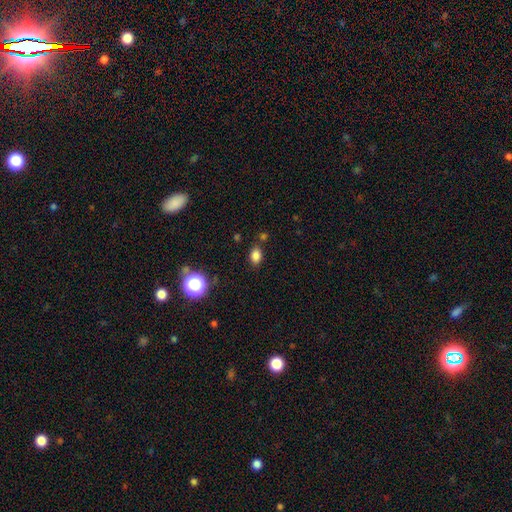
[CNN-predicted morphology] Overall: smooth (80%). How rounded: in between (73%). Merging: none (79%).